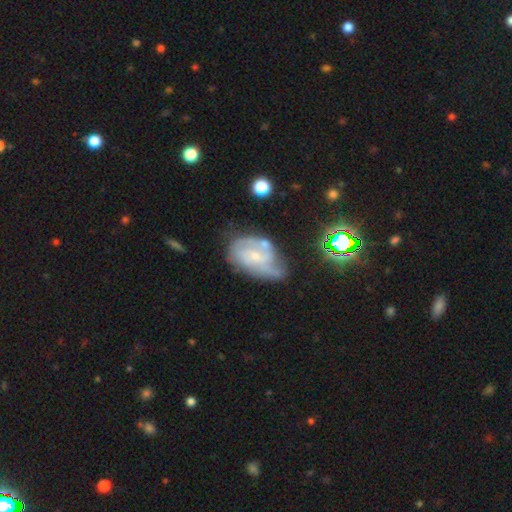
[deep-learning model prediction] Smooth or featured: featured or disk — 72% (smooth — 19%)
Edge-on disk: no — 97% (yes — 3%)
Bar: no — 59% (weak — 34%)
Spiral arms: yes — 83% (no — 17%)
Spiral winding: medium — 42% (tight — 38%)
Spiral arm count: 2 — 38% (can't tell — 33%)
Bulge size: small — 65% (moderate — 25%)
Merging: none — 38% (minor disturbance — 30%)